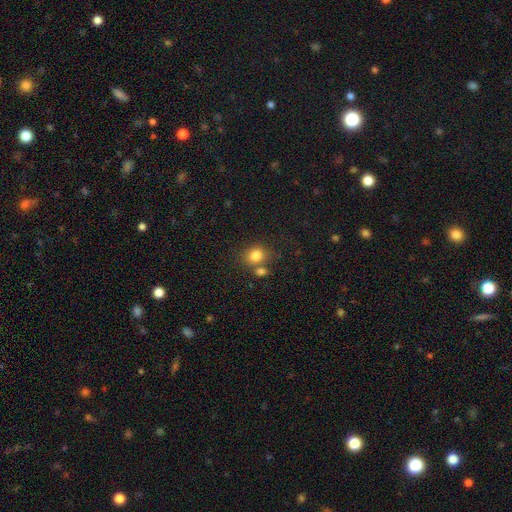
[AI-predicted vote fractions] This is clearly a smooth galaxy (82%). How rounded: likely round (69%). Merging: likely none (62%).